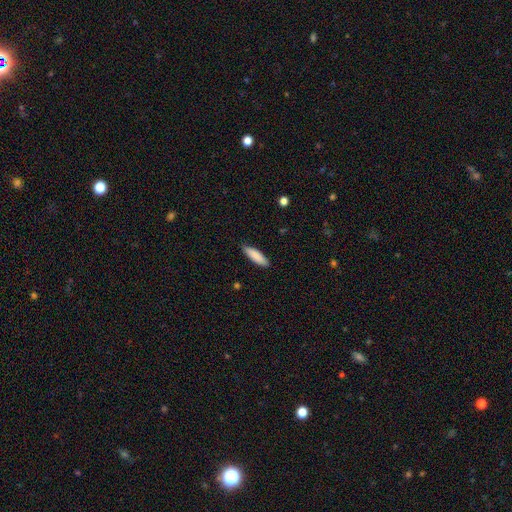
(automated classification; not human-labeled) Overall: smooth (88%). How rounded: cigar-shaped (57%; in between 42%). Merging: none (88%).